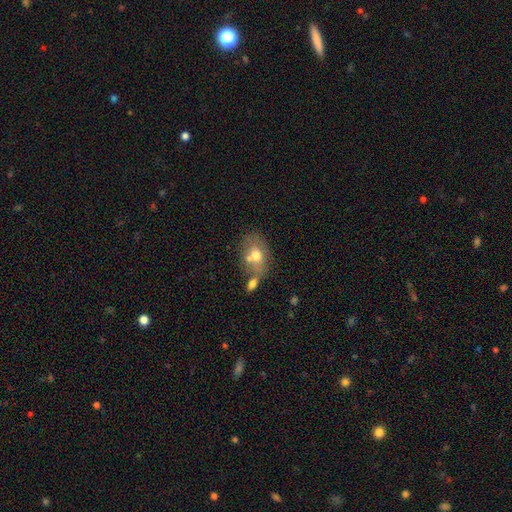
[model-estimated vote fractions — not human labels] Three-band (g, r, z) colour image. It shows a smooth galaxy with no disk features (65%) that is in between round and cigar-shaped (76%). Merging: none (45%).